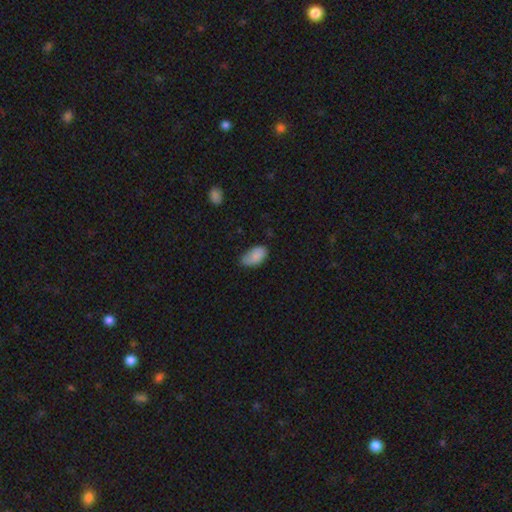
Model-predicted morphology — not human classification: smooth-or-featured: smooth: 85% | star or artifact: 8% | featured or disk: 7%
  how-rounded: in between: 94% | round: 4% | cigar-shaped: 2%
  merging: none: 54% | minor disturbance: 36% | major disturbance: 7% | merger: 2%